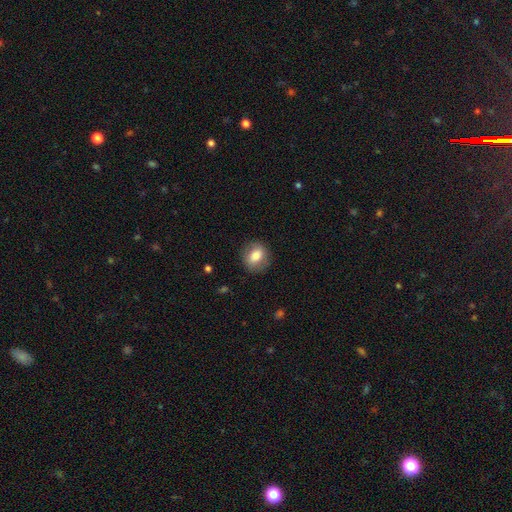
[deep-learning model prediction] This is likely a smooth galaxy (76%). How rounded: likely round (63%). Merging: clearly none (84%).